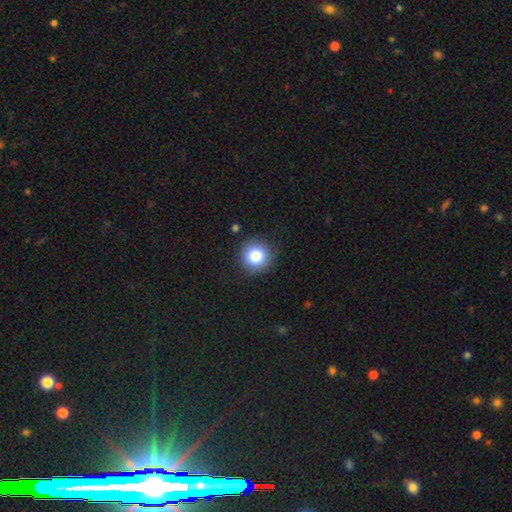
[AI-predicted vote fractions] The model was most divided on "smooth or featured": smooth: 82%, star or artifact: 10%, featured or disk: 8%. More confident: how rounded — round (94%); merging — none (89%).